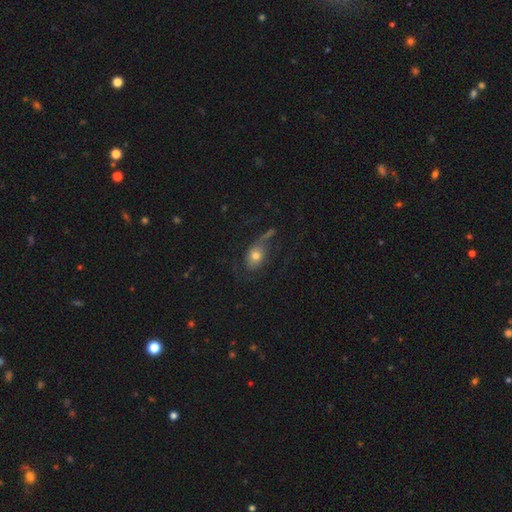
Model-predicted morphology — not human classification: This appears to be a smooth galaxy with no disk features (59%) that is in between round and cigar-shaped (76%). Merging: none (39%).